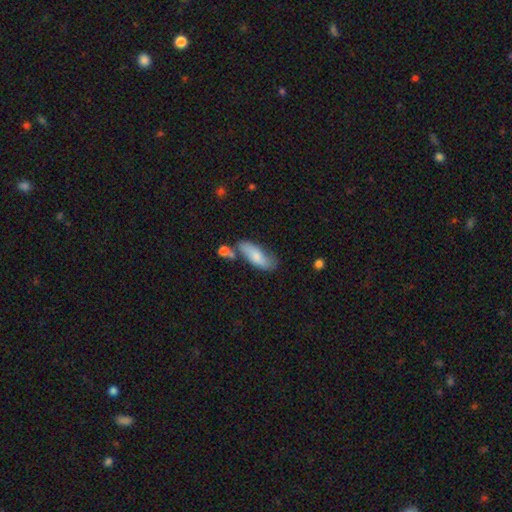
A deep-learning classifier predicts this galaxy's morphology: smooth 75%, featured or disk 19%, star or artifact 6%. Down the decision tree: how rounded — in between (69%); merging — none (58%).